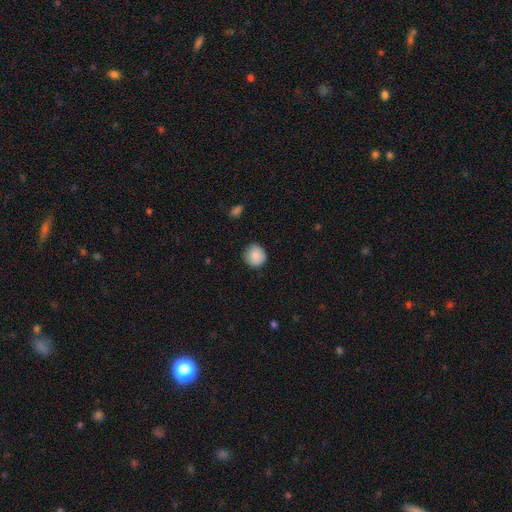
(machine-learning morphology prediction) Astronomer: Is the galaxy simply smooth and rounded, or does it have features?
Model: smooth — 88%.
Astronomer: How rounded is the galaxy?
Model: round — 92%.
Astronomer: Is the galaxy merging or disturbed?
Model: none — 85%.